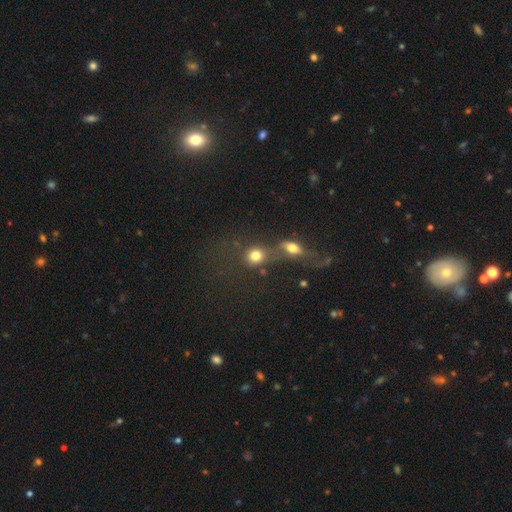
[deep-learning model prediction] Smooth or featured?
  - smooth: 78% *
  - star or artifact: 12%
  - featured or disk: 10%
How rounded?
  - round: 77% *
  - in between: 21%
  - cigar-shaped: 2%
Merging?
  - merger: 46% *
  - none: 35%
  - major disturbance: 10%
  - minor disturbance: 9%